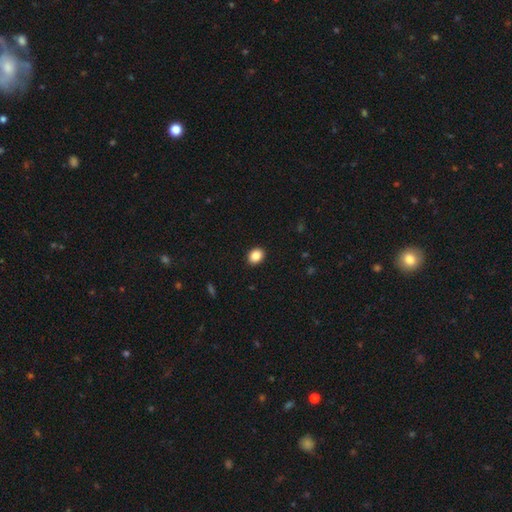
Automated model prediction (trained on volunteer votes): smooth-or-featured: smooth: 87% | star or artifact: 9% | featured or disk: 4%
  how-rounded: in between: 51% | round: 48% | cigar-shaped: 1%
  merging: none: 92% | minor disturbance: 6% | major disturbance: 2% | merger: 1%